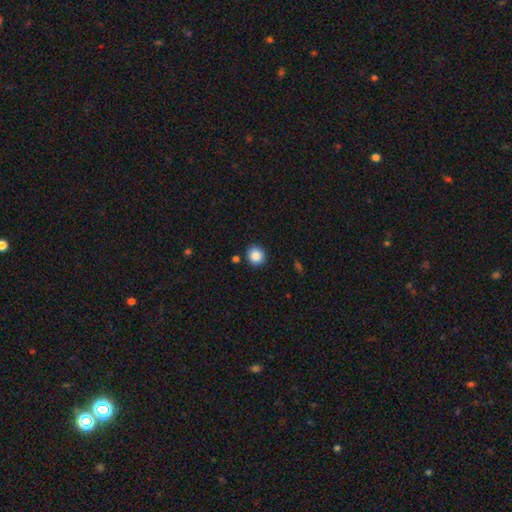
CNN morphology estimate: Overall: smooth (87%). How rounded: round (90%). Merging: none (88%).